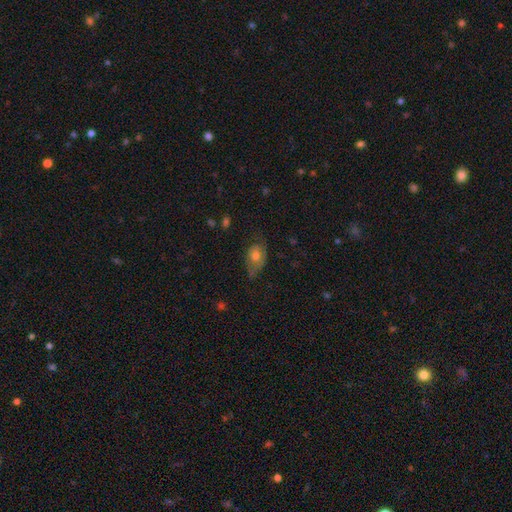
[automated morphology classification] This appears to be a smooth galaxy with no disk features (59%) that is in between round and cigar-shaped (81%). Merging: none (45%).